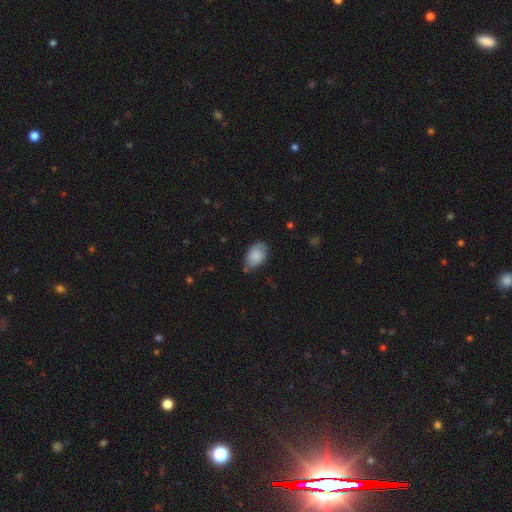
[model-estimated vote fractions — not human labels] smooth-or-featured: smooth: 83% | featured or disk: 10% | star or artifact: 7%
  how-rounded: in between: 90% | round: 9% | cigar-shaped: 1%
  merging: none: 68% | minor disturbance: 25% | major disturbance: 4% | merger: 3%